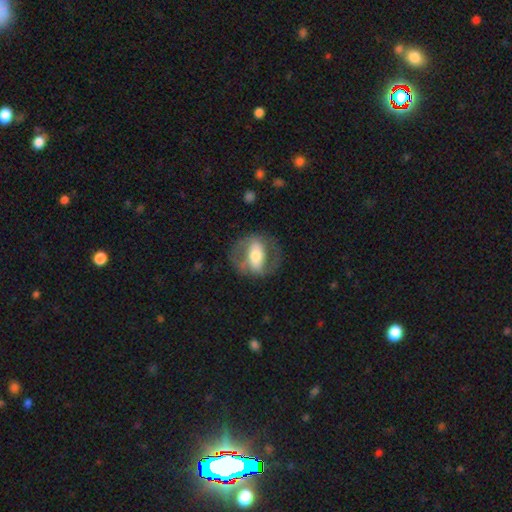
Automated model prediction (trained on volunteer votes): Smooth or featured: featured or disk — 65% (smooth — 30%)
Edge-on disk: no — 91% (yes — 9%)
Bar: strong — 50% (weak — 27%)
Spiral arms: yes — 61% (no — 39%)
Bulge size: moderate — 56% (large — 24%)
Merging: none — 68% (minor disturbance — 16%)